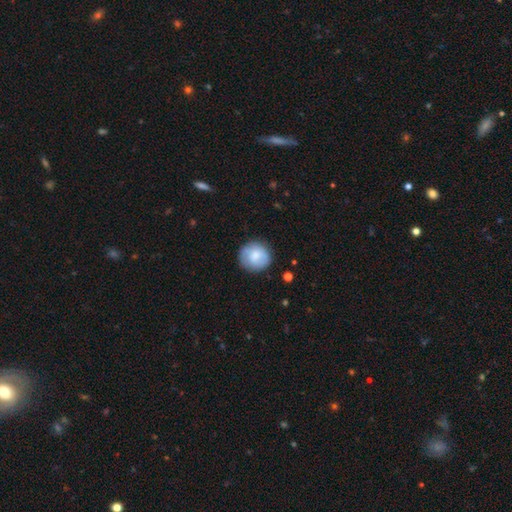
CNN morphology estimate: smooth 76%, featured or disk 17%, star or artifact 7%. Down the decision tree: how rounded — round (92%); merging — none (82%).